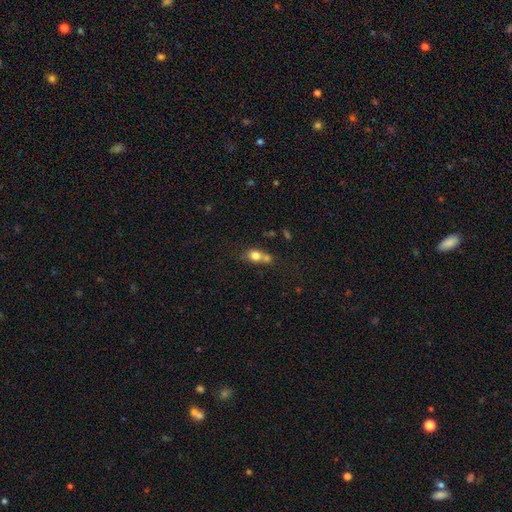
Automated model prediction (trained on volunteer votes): This is likely a smooth galaxy (77%). How rounded: possibly round (55%). Merging: possibly merger (51%).